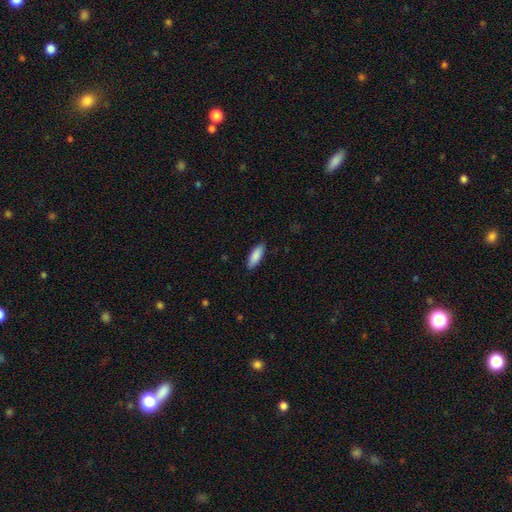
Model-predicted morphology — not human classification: This appears to be a smooth galaxy with no disk features (88%) that is in between round and cigar-shaped (64%). Merging: none (89%).